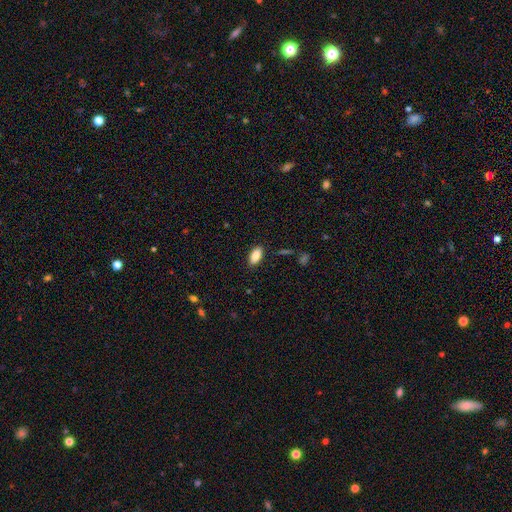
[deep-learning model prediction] This appears to be a smooth galaxy with no disk features (87%) that is in between round and cigar-shaped (91%). Merging: none (88%).